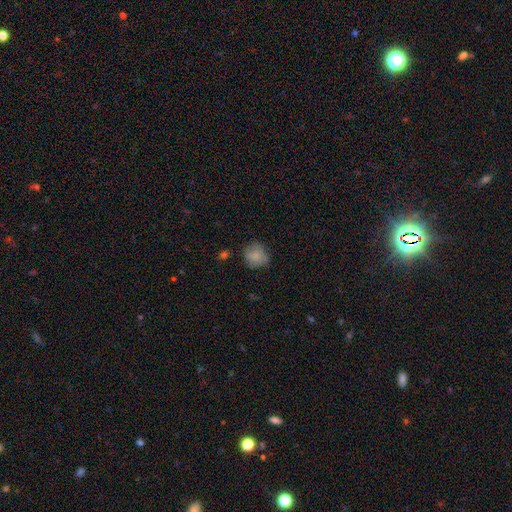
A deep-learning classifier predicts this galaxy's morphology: A smooth galaxy with no disk features (78%) that is round (82%). Merging: none (70%).